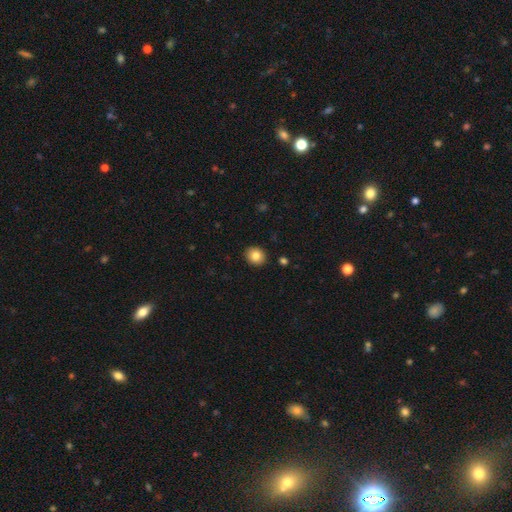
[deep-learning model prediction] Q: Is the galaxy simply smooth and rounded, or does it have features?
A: smooth — 82%.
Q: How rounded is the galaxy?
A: round — 74%.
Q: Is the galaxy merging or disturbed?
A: none — 91%.